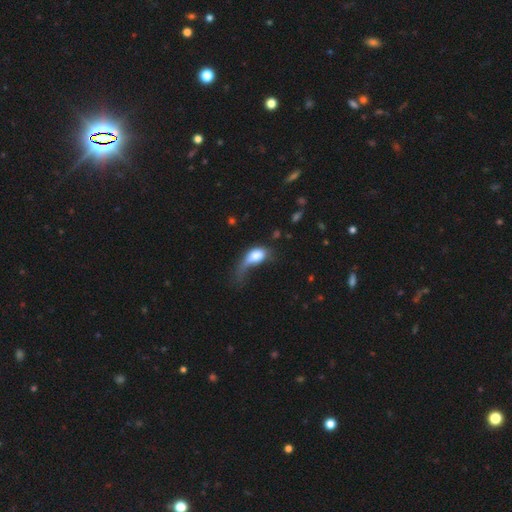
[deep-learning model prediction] smooth 69%, featured or disk 22%, star or artifact 9%. Down the decision tree: how rounded — in between (78%); merging — major disturbance (59%).